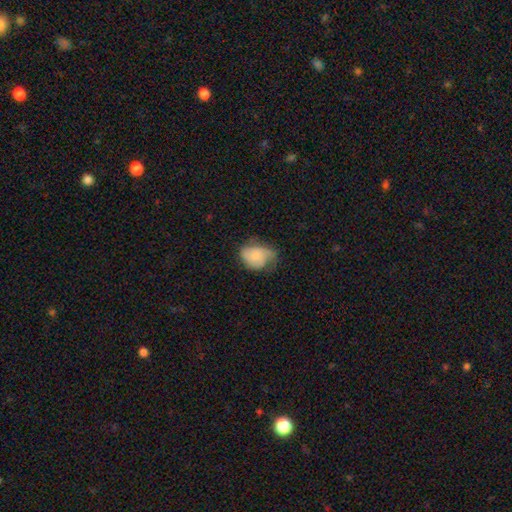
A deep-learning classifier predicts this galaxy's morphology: The model was most divided on "merging": minor disturbance: 39%, none: 38%, major disturbance: 20%, merger: 2%. More confident: how rounded — in between (64%); smooth or featured — smooth (60%).